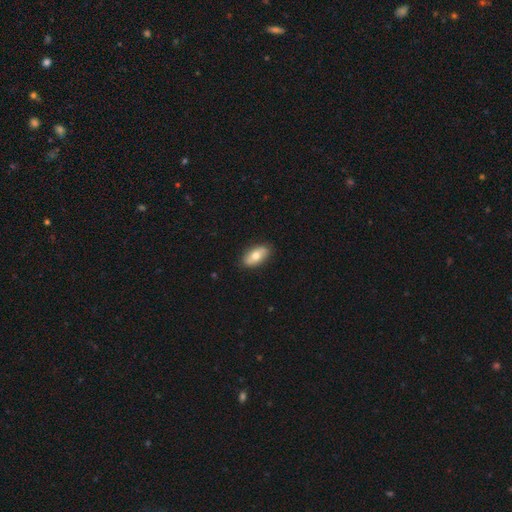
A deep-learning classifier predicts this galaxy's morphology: Overall: smooth (71%). How rounded: in between (91%). Merging: none (87%).